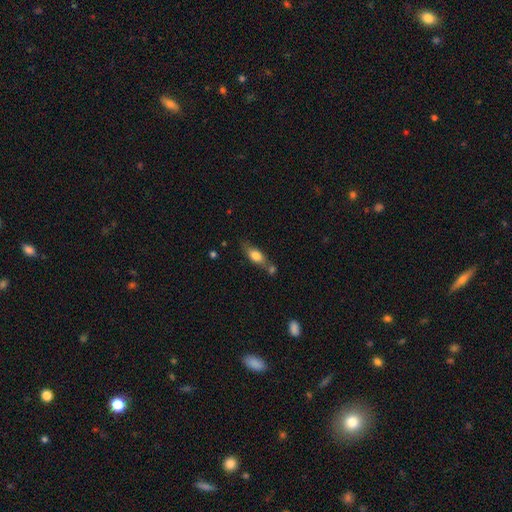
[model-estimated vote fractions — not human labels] Overall: smooth (72%). How rounded: in between (72%). Merging: none (53%; merger 22%).